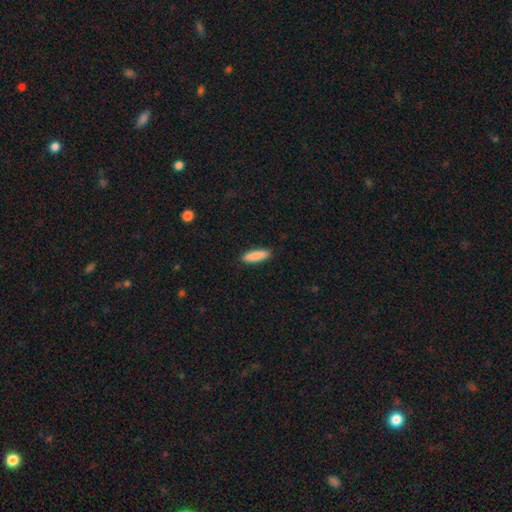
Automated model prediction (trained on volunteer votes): Morphology: type=smooth (88%); roundness=cigar-shaped (70%); merging=none (90%).